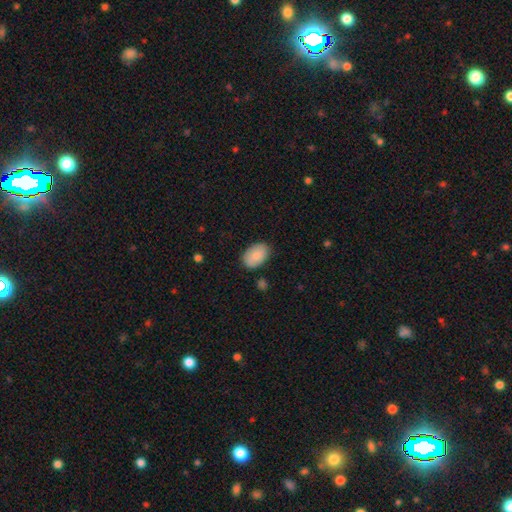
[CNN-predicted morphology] Smooth or featured: smooth — 84% (featured or disk — 9%)
How rounded: in between — 89% (round — 10%)
Merging: none — 82% (minor disturbance — 14%)